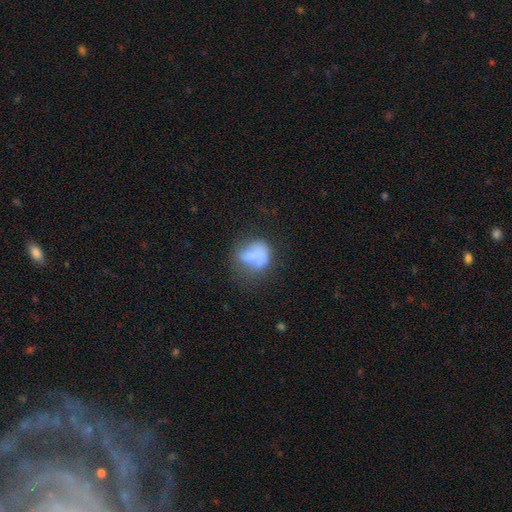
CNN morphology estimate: The model was most divided on "how rounded" (2-way tie): in between: 49%, round: 49%, cigar-shaped: 2%. Remaining: smooth or featured — smooth (64%); merging — none (37%).